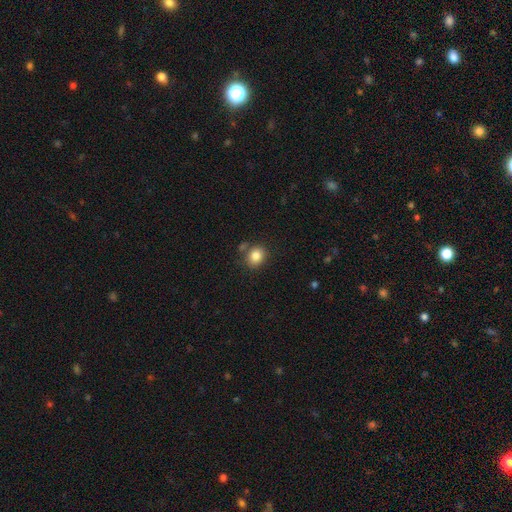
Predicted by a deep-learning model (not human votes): Q: Smooth or featured?
A: smooth (84%); runner-up: star or artifact (10%)
Q: How rounded?
A: round (64%); runner-up: in between (35%)
Q: Merging?
A: none (74%); runner-up: minor disturbance (13%)